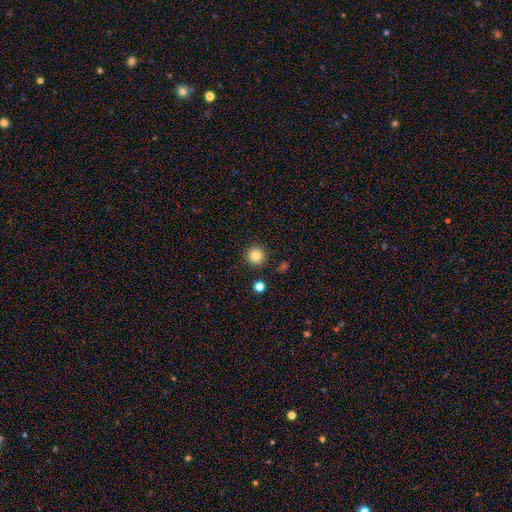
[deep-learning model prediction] Overall: smooth (83%). How rounded: round (95%). Merging: none (90%).